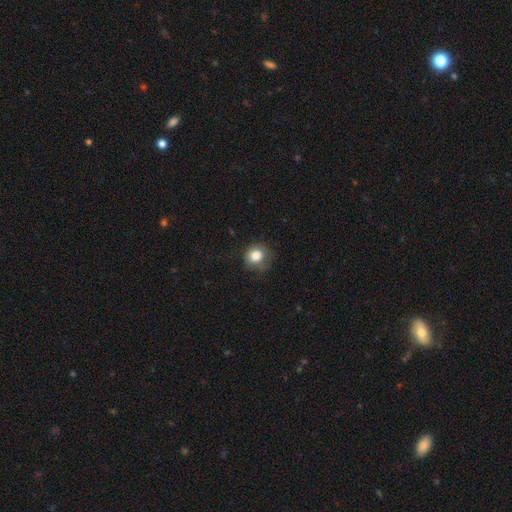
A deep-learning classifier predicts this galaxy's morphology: type=smooth (82%); roundness=round (84%); merging=none (65%).